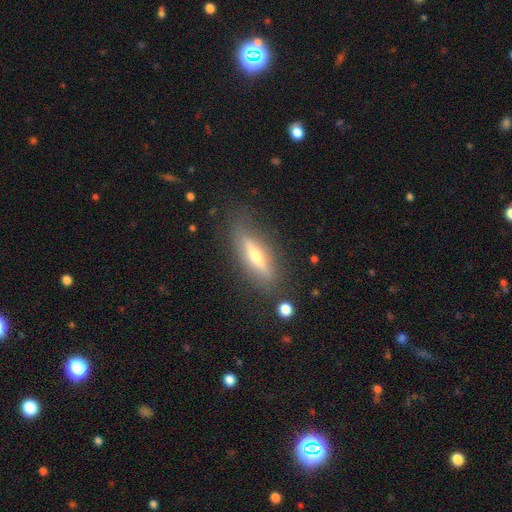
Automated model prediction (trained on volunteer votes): The model was most divided on "smooth or featured": featured or disk: 56%, smooth: 37%, star or artifact: 7%. More confident: edge-on disk — yes (88%); merging — none (80%).